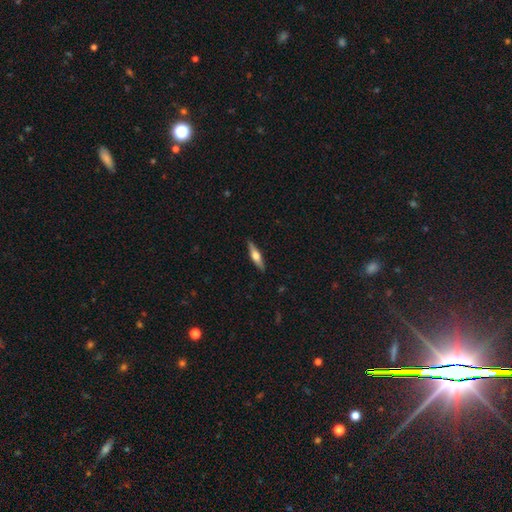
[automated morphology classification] Overall: featured or disk (55%; smooth 40%). Edge-on disk: yes (95%). Edge-on bulge: rounded (92%). Merging: none (89%).